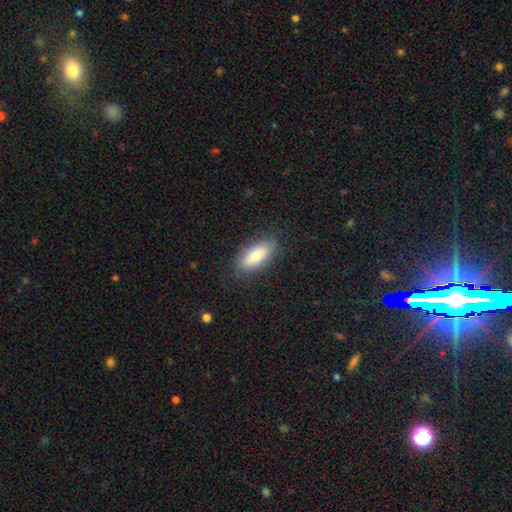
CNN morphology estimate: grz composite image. It shows a smooth galaxy with no disk features (82%) that is in between round and cigar-shaped (82%). Merging: none (84%).